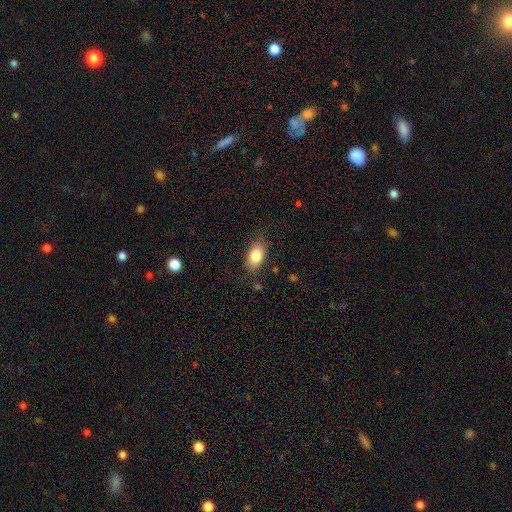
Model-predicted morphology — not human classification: Smooth or featured: smooth — 82% (featured or disk — 10%)
How rounded: in between — 89% (round — 8%)
Merging: none — 79% (minor disturbance — 15%)